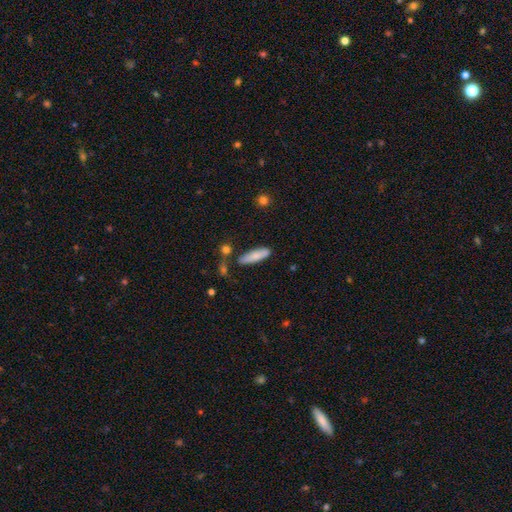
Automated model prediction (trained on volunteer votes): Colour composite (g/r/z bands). It shows a smooth galaxy with no disk features (80%) that is cigar-shaped (61%). Merging: none (75%).